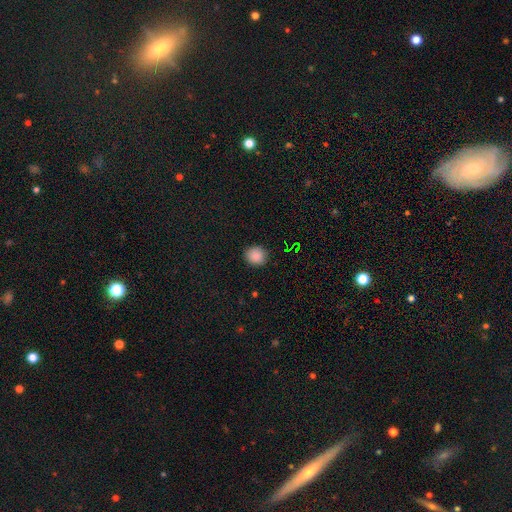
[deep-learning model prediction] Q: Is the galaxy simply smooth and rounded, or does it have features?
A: smooth — 87%.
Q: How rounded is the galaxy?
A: round — 81%.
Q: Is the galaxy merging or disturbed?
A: none — 89%.